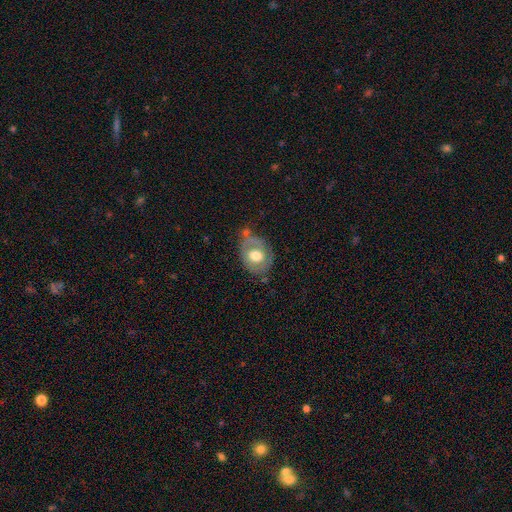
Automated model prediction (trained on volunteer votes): smooth-or-featured: smooth: 49% | featured or disk: 45% | star or artifact: 7%
  merging: none: 55% | minor disturbance: 26% | major disturbance: 11% | merger: 8%